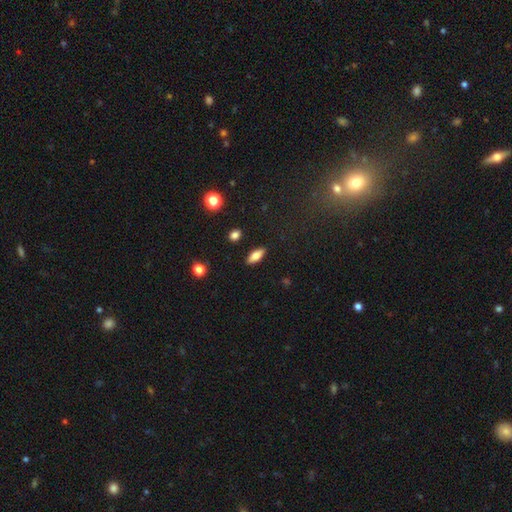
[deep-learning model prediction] smooth 73%, featured or disk 19%, star or artifact 8%. Down the decision tree: how rounded — in between (74%); merging — none (88%).